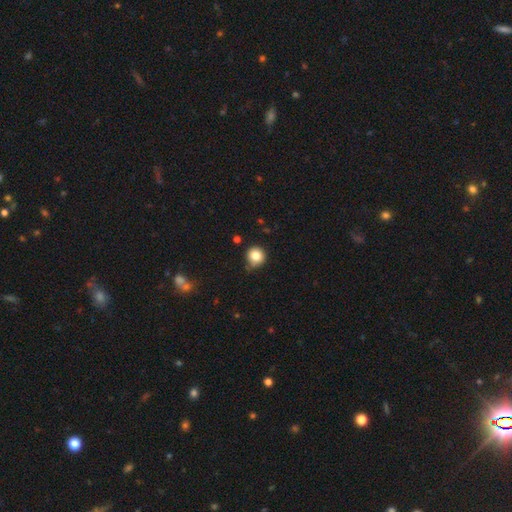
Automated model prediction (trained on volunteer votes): The model was most divided on "merging": none: 74%, minor disturbance: 19%, major disturbance: 4%, merger: 3%. More confident: how rounded — round (93%); smooth or featured — smooth (82%).